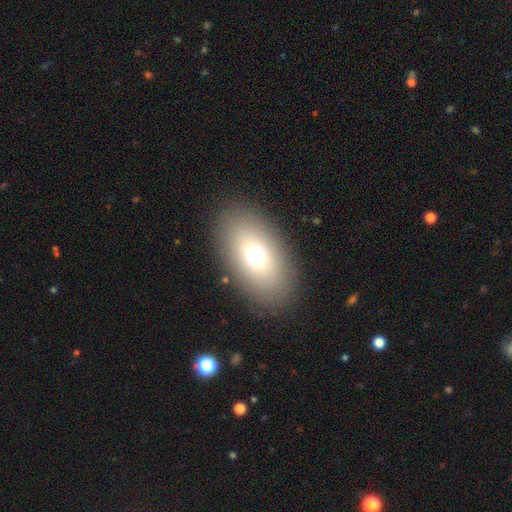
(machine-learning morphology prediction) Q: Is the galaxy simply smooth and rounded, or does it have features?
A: smooth — 68%.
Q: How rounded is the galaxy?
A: in between — 87%.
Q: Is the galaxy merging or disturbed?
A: none — 86%.